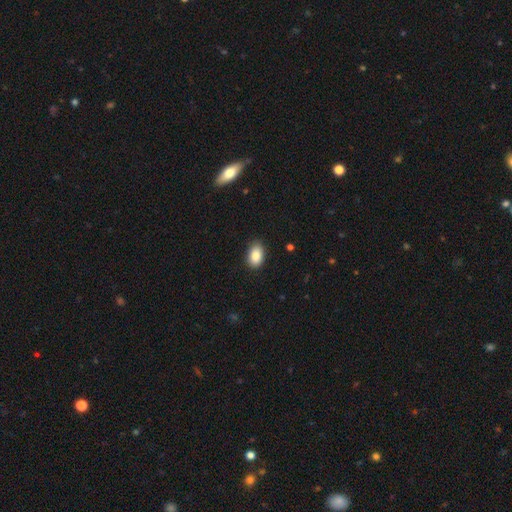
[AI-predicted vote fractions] smooth 86%, star or artifact 8%, featured or disk 6%. Down the decision tree: how rounded — in between (89%); merging — none (86%).